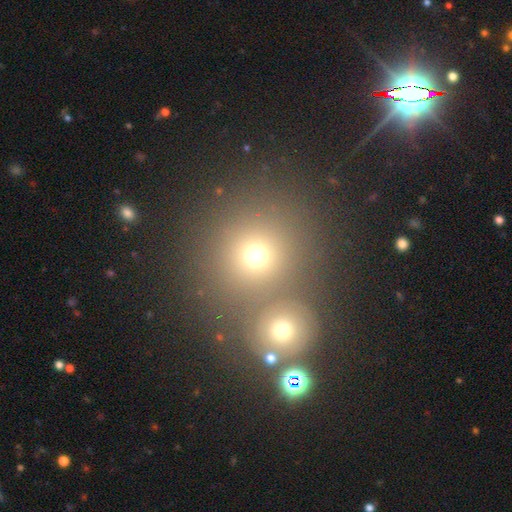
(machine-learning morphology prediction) Overall: smooth (71%). How rounded: round (88%). Merging: none (52%; merger 38%).